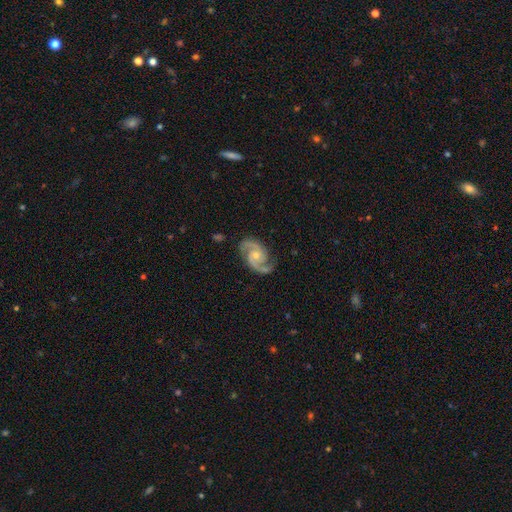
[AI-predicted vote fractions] Q: Smooth or featured?
A: featured or disk (93%); runner-up: star or artifact (4%)
Q: Edge-on disk?
A: no (98%); runner-up: yes (2%)
Q: Bar?
A: no (64%); runner-up: weak (30%)
Q: Spiral arms?
A: yes (98%); runner-up: no (2%)
Q: Spiral winding?
A: medium (62%); runner-up: tight (23%)
Q: Spiral arm count?
A: 2 (92%); runner-up: 3 (3%)
Q: Bulge size?
A: small (54%); runner-up: moderate (40%)
Q: Merging?
A: none (80%); runner-up: minor disturbance (14%)